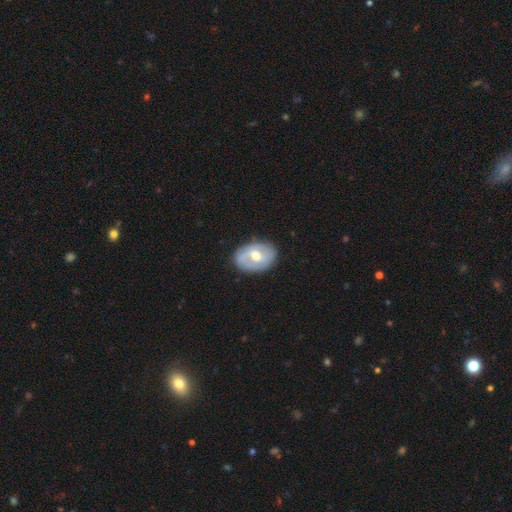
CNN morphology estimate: type=featured or disk (61%); edge-on=no (95%); bar=weak (45%); spiral arms=yes (59%); bulge=moderate (76%); merging=none (79%).